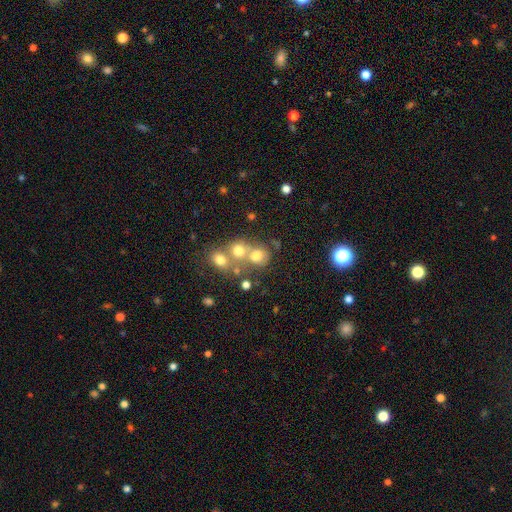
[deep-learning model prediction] A smooth galaxy with no disk features (66%) that is round (75%). Merging: merger (48%).